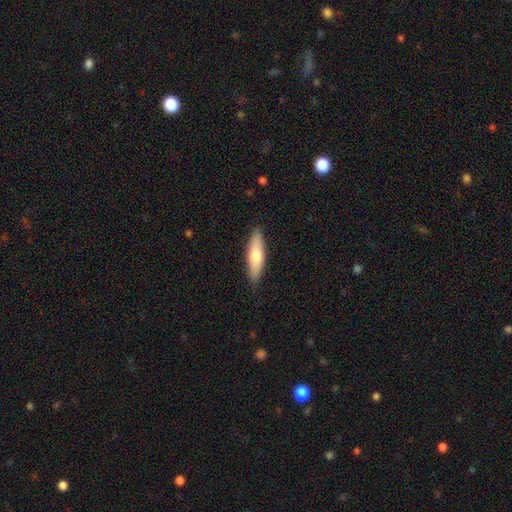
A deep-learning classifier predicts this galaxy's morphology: Smooth or featured? Predicted: smooth (p=0.69). How rounded? Predicted: cigar-shaped (p=0.60). Merging? Predicted: none (p=0.88).